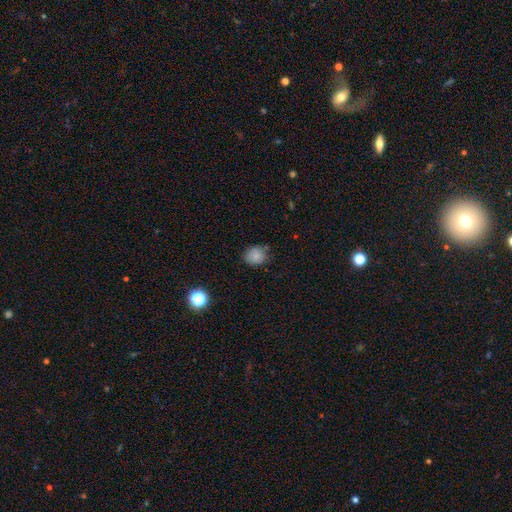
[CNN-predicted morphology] A smooth galaxy with no disk features (82%) that is round (76%). Merging: none (78%).